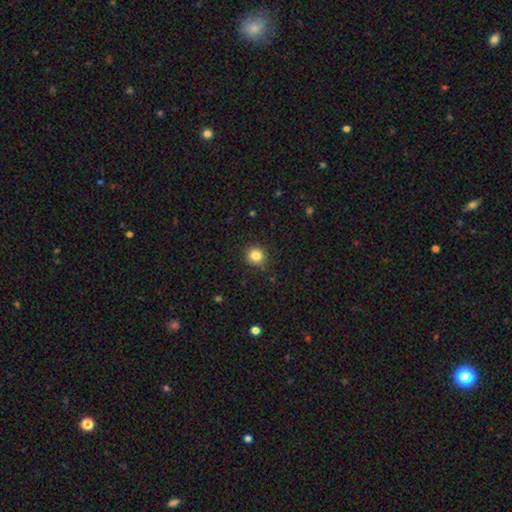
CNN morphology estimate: A smooth galaxy with no disk features (83%) that is round (91%).

Vote fractions:
- Smooth or featured? smooth: 83% / star or artifact: 11% / featured or disk: 5%
- How rounded? round: 91% / in between: 8% / cigar-shaped: 1%
- Merging? none: 89% / minor disturbance: 8% / major disturbance: 2% / merger: 1%